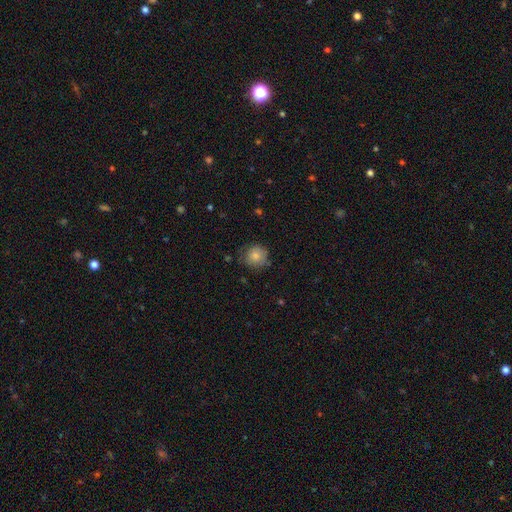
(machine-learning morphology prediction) smooth 78%, featured or disk 13%, star or artifact 9%. Down the decision tree: how rounded — round (89%); merging — none (73%).